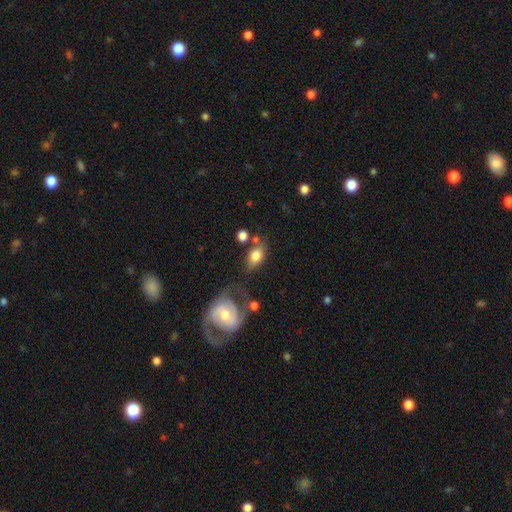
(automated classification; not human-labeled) smooth 77%, featured or disk 16%, star or artifact 8%. Down the decision tree: how rounded — in between (80%); merging — none (51%).